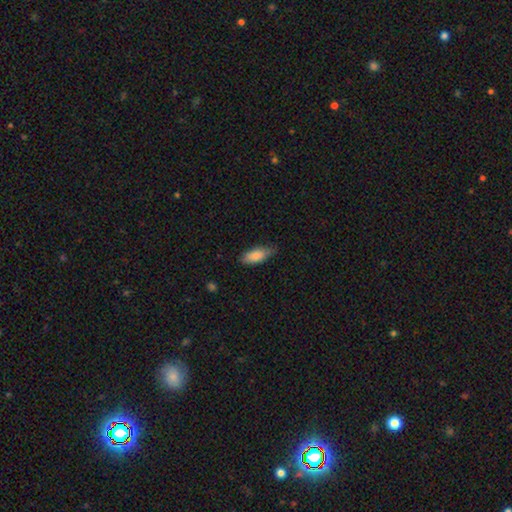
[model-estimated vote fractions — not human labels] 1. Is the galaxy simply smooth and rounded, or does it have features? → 84% smooth, 10% featured or disk, 6% star or artifact.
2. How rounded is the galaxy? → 81% in between, 17% cigar-shaped, 2% round.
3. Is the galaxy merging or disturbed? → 72% none, 24% minor disturbance, 3% major disturbance, 1% merger.